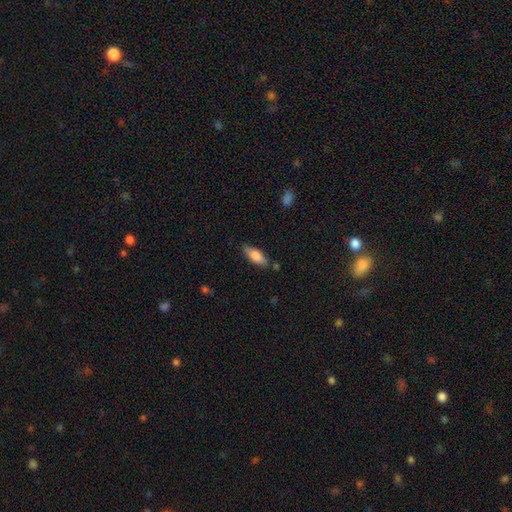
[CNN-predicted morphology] Smooth or featured: smooth — 77% (featured or disk — 17%)
How rounded: in between — 70% (cigar-shaped — 28%)
Merging: none — 77% (minor disturbance — 17%)